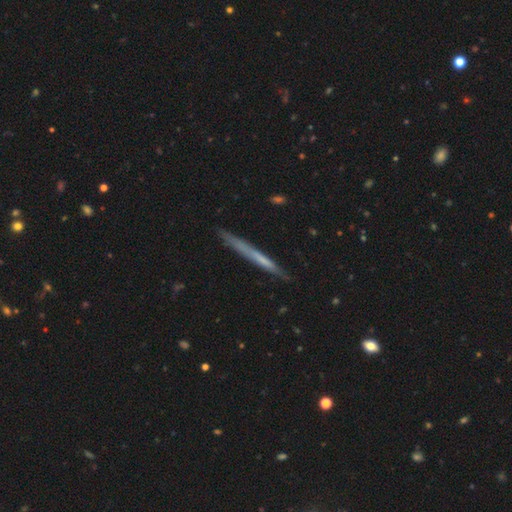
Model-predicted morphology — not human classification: A smooth galaxy with no disk features (48%).

Vote fractions:
- Smooth or featured? smooth: 48% / featured or disk: 46% / star or artifact: 6%
- Merging? none: 86% / minor disturbance: 11% / major disturbance: 2% / merger: 1%